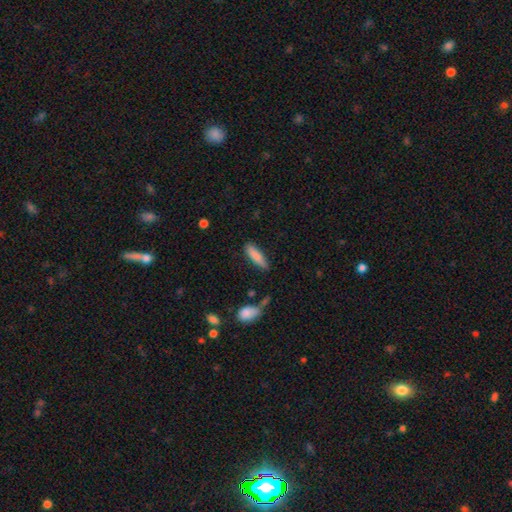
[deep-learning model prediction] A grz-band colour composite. It shows a smooth galaxy with no disk features (83%) that is cigar-shaped (70%). Merging: none (81%).